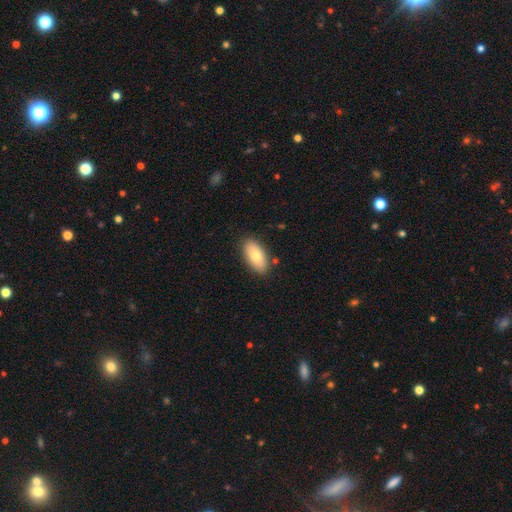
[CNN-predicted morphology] type=smooth (76%); roundness=in between (92%); merging=none (86%).